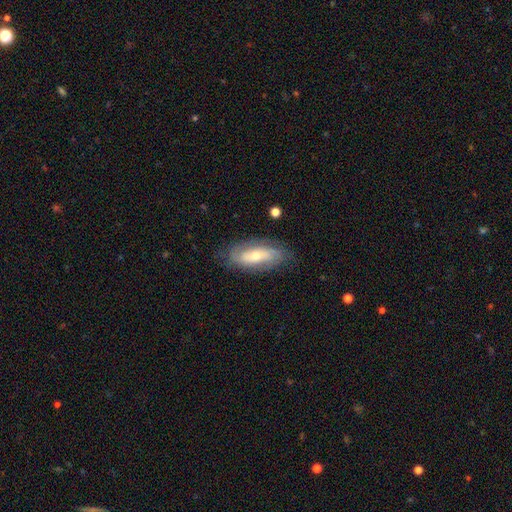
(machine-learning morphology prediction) smooth_or_featured: featured or disk (p=0.68) [alt: smooth p=0.25]
disk_edge_on: no (p=0.87) [alt: yes p=0.13]
bar: no (p=0.58) [alt: weak p=0.27]
has_spiral_arms: yes (p=0.83) [alt: no p=0.17]
bulge_size: moderate (p=0.50) [alt: small p=0.45]
merging: none (p=0.77) [alt: minor disturbance p=0.16]